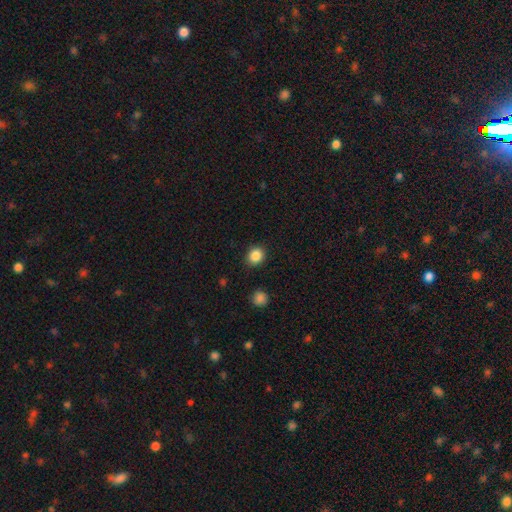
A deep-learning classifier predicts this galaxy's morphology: Q: Smooth or featured?
A: smooth (87%); runner-up: star or artifact (10%)
Q: How rounded?
A: round (72%); runner-up: in between (27%)
Q: Merging?
A: none (88%); runner-up: minor disturbance (8%)